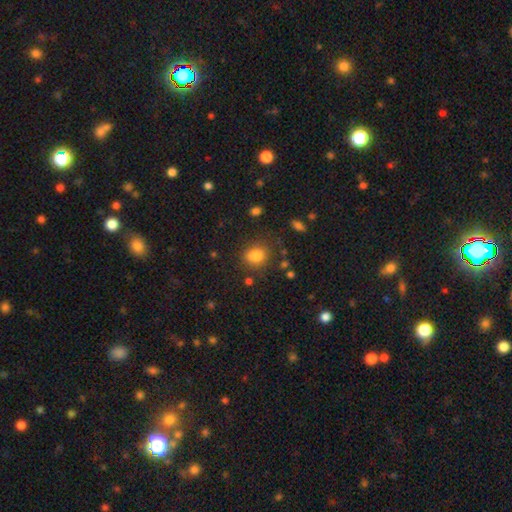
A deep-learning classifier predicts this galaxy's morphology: type=smooth (82%); roundness=in between (56%); merging=none (72%).